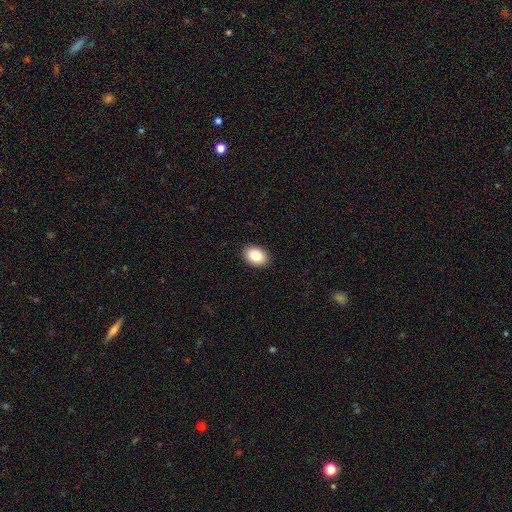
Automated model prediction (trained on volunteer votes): Smooth or featured? Predicted: smooth (p=0.89). How rounded? Predicted: in between (p=0.85). Merging? Predicted: none (p=0.91).